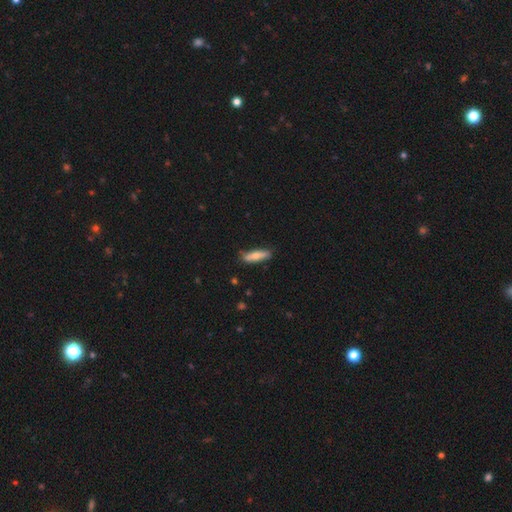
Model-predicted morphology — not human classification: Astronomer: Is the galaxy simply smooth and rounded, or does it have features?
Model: smooth — 63%.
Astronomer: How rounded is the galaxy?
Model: cigar-shaped — 64%.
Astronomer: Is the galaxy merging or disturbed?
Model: none — 79%.